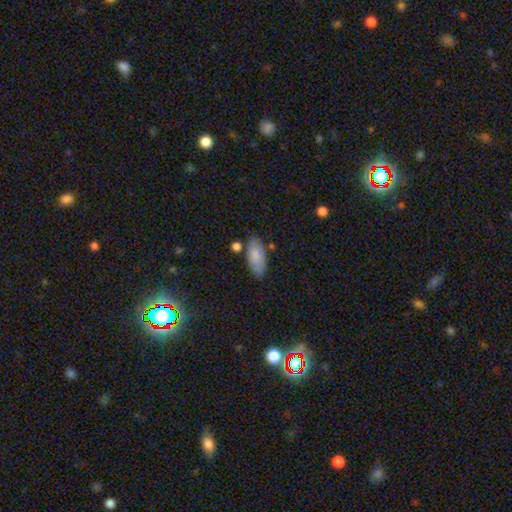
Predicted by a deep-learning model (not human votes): Smooth or featured? smooth (83%)
How rounded? in between (86%)
Merging? none (74%)